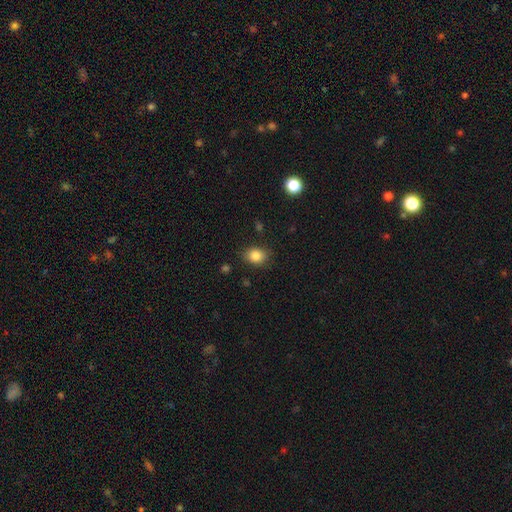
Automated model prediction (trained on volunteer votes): Overall: smooth (85%). How rounded: in between (58%; round 41%). Merging: none (83%).